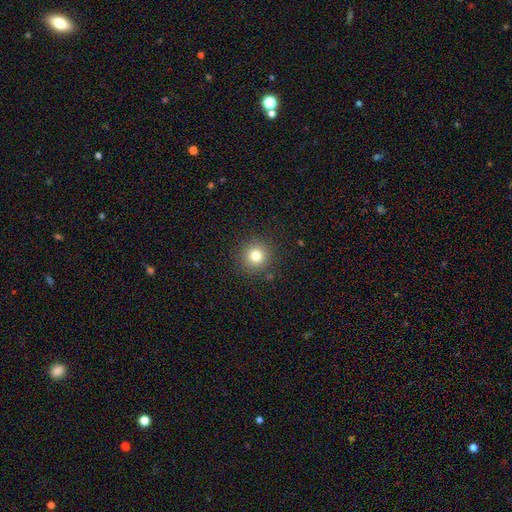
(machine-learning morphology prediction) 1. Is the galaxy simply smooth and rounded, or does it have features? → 79% smooth, 14% star or artifact, 7% featured or disk.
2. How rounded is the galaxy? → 94% round, 5% in between, 1% cigar-shaped.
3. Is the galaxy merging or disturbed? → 89% none, 7% minor disturbance, 3% major disturbance, 1% merger.